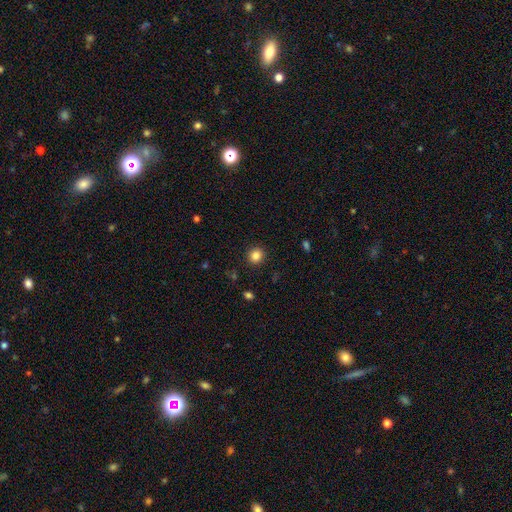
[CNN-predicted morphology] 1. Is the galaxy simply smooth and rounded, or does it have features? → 84% smooth, 11% star or artifact, 4% featured or disk.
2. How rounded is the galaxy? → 88% round, 11% in between, 1% cigar-shaped.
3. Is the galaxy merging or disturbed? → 91% none, 6% minor disturbance, 2% major disturbance, 1% merger.